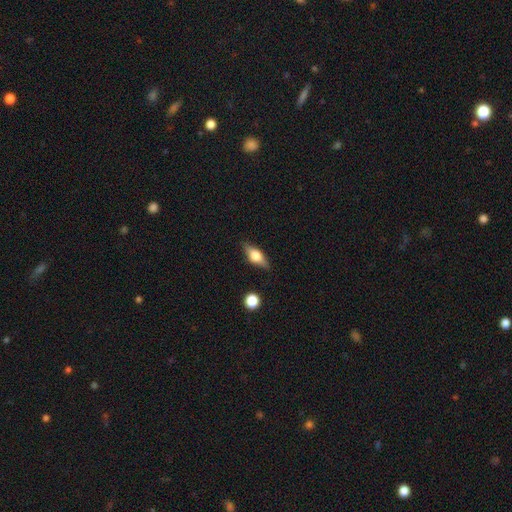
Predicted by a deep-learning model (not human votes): Q: Smooth or featured?
A: featured or disk (50%); runner-up: smooth (43%)
Q: Merging?
A: none (83%); runner-up: minor disturbance (12%)